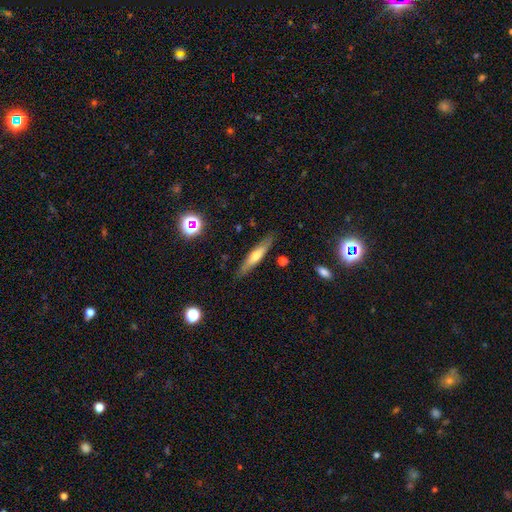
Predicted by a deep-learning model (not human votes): This appears to be a smooth galaxy with no disk features (49%). Merging: none (86%).